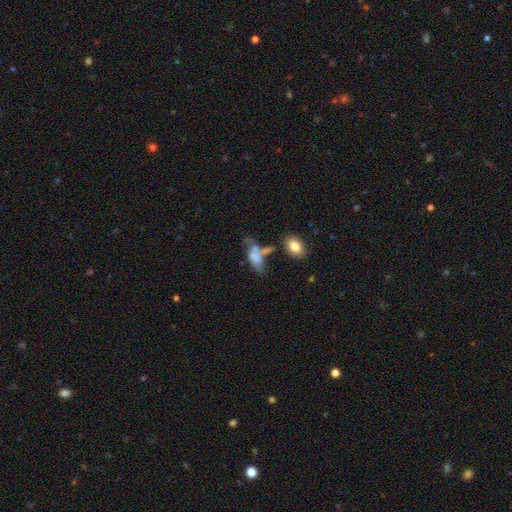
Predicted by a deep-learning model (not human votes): A smooth galaxy with no disk features (61%) that is in between round and cigar-shaped (77%). Merging: merger (34%).